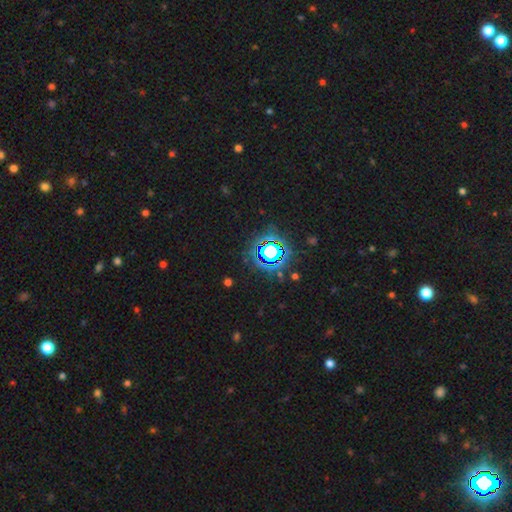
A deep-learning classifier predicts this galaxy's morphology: A star or artifact, not a galaxy (82%).